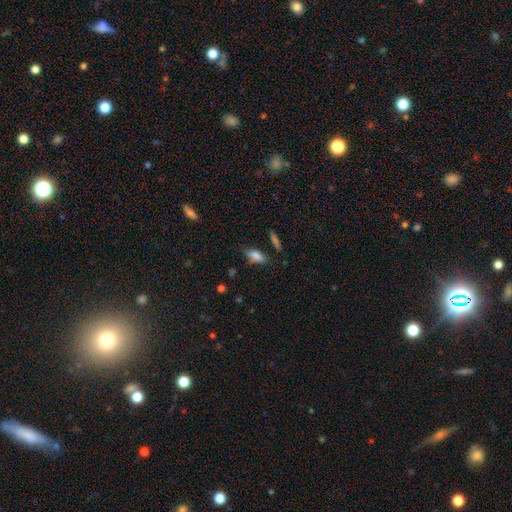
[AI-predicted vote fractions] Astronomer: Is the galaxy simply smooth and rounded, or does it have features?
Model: smooth — 74%.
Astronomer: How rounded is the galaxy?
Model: in between — 64%.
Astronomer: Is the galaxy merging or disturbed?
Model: none — 70%.